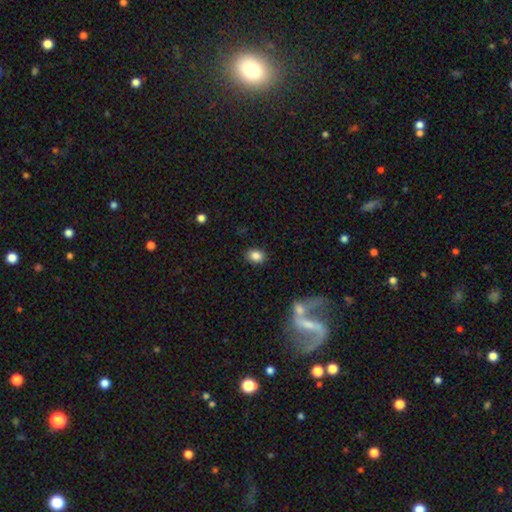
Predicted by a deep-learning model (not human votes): The model was most divided on "how rounded": in between: 62%, round: 37%, cigar-shaped: 1%. More confident: merging — none (87%); smooth or featured — smooth (86%).